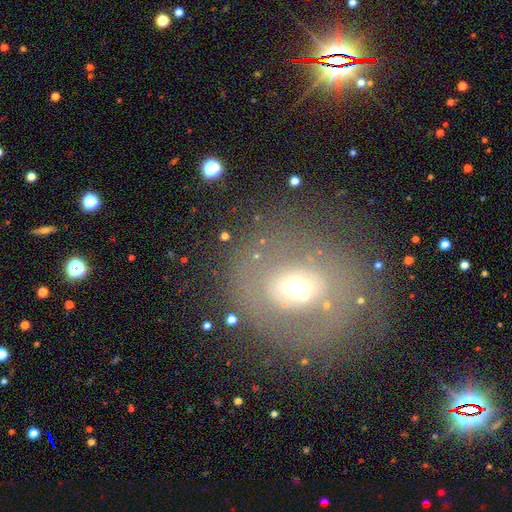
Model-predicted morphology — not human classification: This appears to be a featured or disk galaxy (49%). Merging: none (68%).